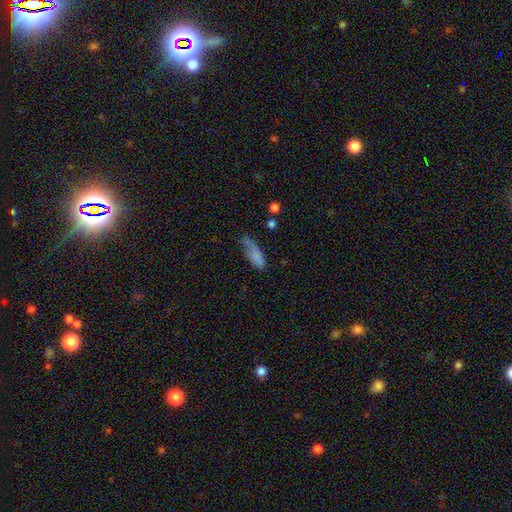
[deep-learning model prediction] Smooth or featured: smooth — 77% (featured or disk — 14%)
How rounded: in between — 59% (cigar-shaped — 38%)
Merging: minor disturbance — 37% (none — 36%)